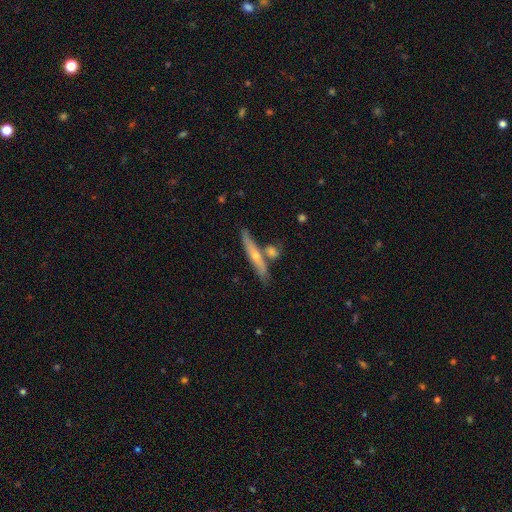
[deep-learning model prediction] A featured or disk galaxy (55%) viewed edge-on (86%). Merging: none (66%).